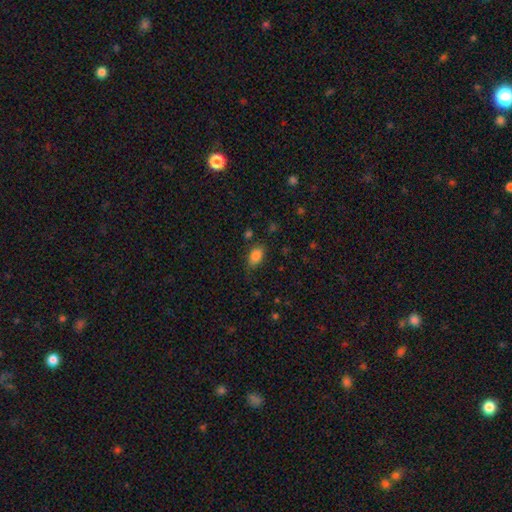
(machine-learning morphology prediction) Smooth or featured? Predicted: smooth (p=0.84). How rounded? Predicted: in between (p=0.87). Merging? Predicted: none (p=0.73).